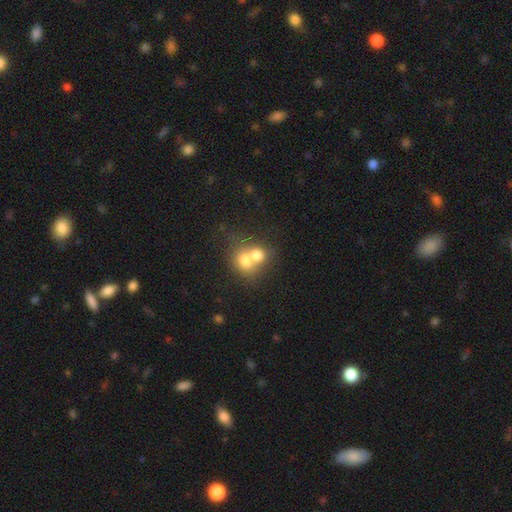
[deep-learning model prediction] The model was most divided on "how rounded": round: 60%, in between: 39%, cigar-shaped: 1%. More confident: smooth or featured — smooth (72%); merging — merger (70%).